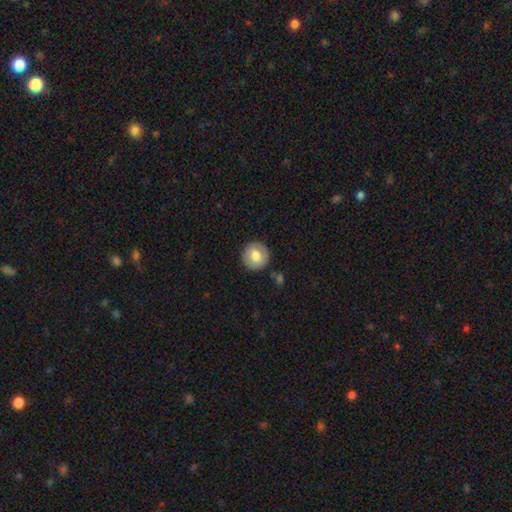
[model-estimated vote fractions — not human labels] Morphology: type=smooth (76%); roundness=round (93%); merging=none (89%).